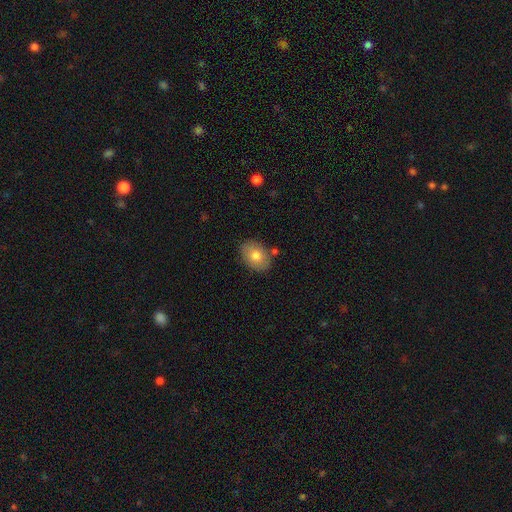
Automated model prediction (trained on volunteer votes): Smooth or featured: smooth — 77% (featured or disk — 15%)
How rounded: in between — 76% (round — 23%)
Merging: none — 81% (minor disturbance — 12%)